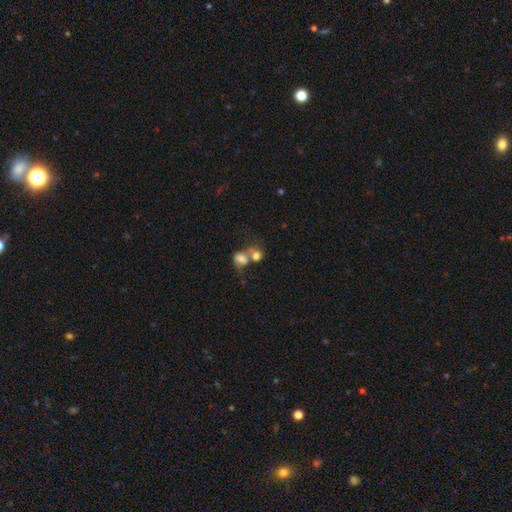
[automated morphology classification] Q: Smooth or featured?
A: smooth (72%); runner-up: featured or disk (18%)
Q: How rounded?
A: round (53%); runner-up: in between (45%)
Q: Merging?
A: merger (66%); runner-up: none (18%)